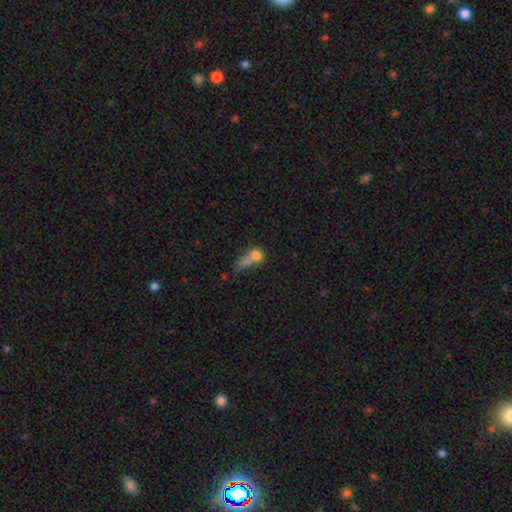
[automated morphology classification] The model was most divided on "how rounded": round: 56%, in between: 37%, cigar-shaped: 7%. More confident: smooth or featured — smooth (72%); merging — merger (54%).